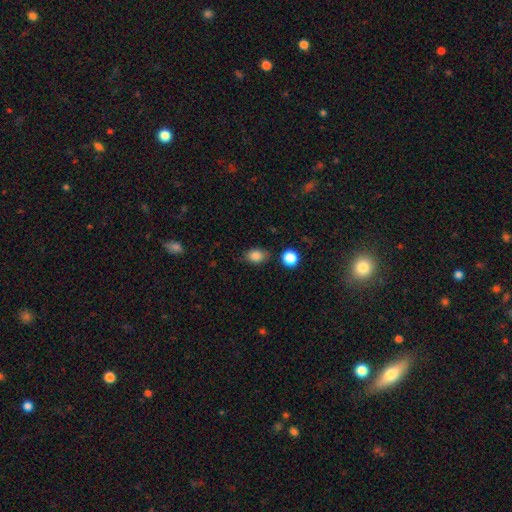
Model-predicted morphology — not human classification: A smooth galaxy with no disk features (85%) that is in between round and cigar-shaped (69%).

Vote fractions:
- Smooth or featured? smooth: 85% / star or artifact: 10% / featured or disk: 5%
- How rounded? in between: 69% / round: 29% / cigar-shaped: 1%
- Merging? none: 78% / minor disturbance: 15% / merger: 4% / major disturbance: 3%